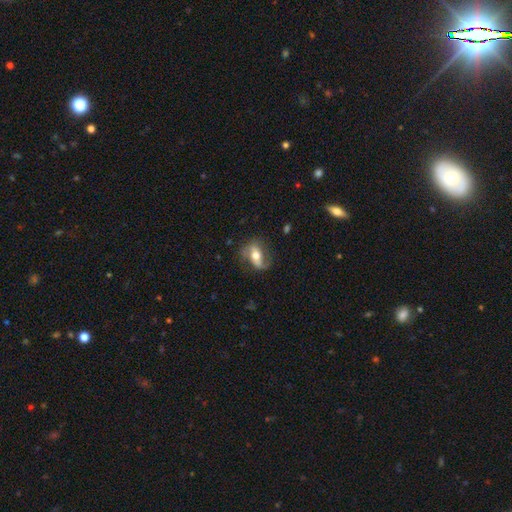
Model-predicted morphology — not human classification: Smooth or featured? featured or disk (64%)
Edge-on disk? no (92%)
Bar? no (37%)
Spiral arms? yes (84%)
Bulge size? moderate (67%)
Merging? none (61%)